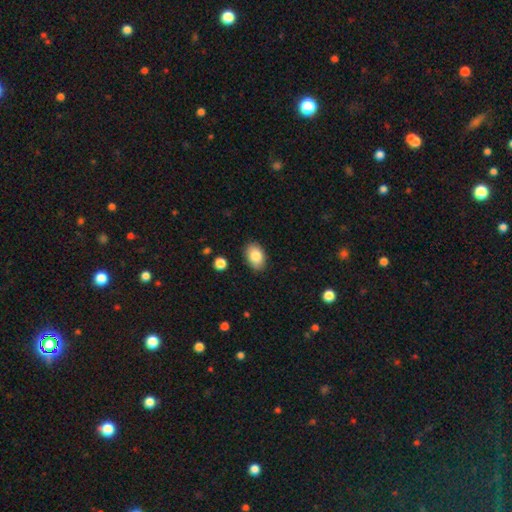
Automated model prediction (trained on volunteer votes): Q: Smooth or featured?
A: smooth (84%); runner-up: featured or disk (8%)
Q: How rounded?
A: in between (86%); runner-up: round (13%)
Q: Merging?
A: none (85%); runner-up: minor disturbance (11%)